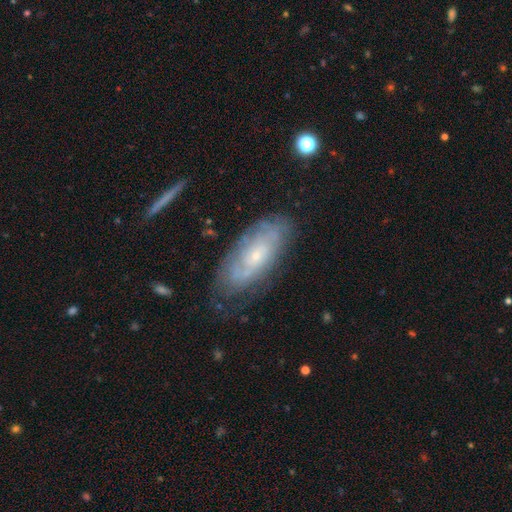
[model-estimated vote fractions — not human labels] smooth-or-featured: featured or disk: 68% | smooth: 25% | star or artifact: 7%
  disk-edge-on: no: 89% | yes: 11%
    bar: no: 79% | weak: 18% | strong: 3%
    has-spiral-arms: yes: 78% | no: 22%
    bulge-size: small: 76% | moderate: 20% | none: 2% | large: 1% | dominant: 1%
  merging: none: 68% | minor disturbance: 23% | major disturbance: 8% | merger: 2%